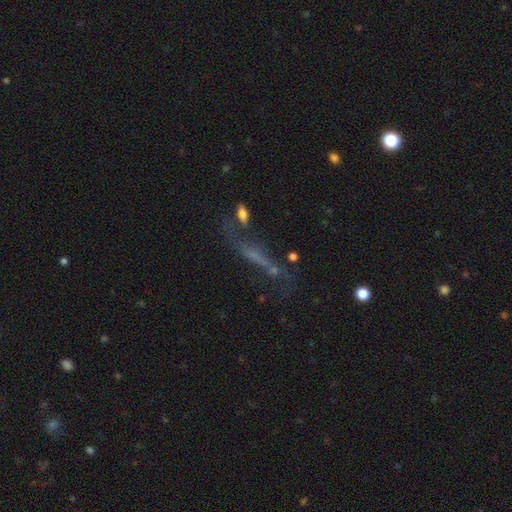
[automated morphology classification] This is possibly a featured or disk galaxy (48%). Merging: marginally none (45%).